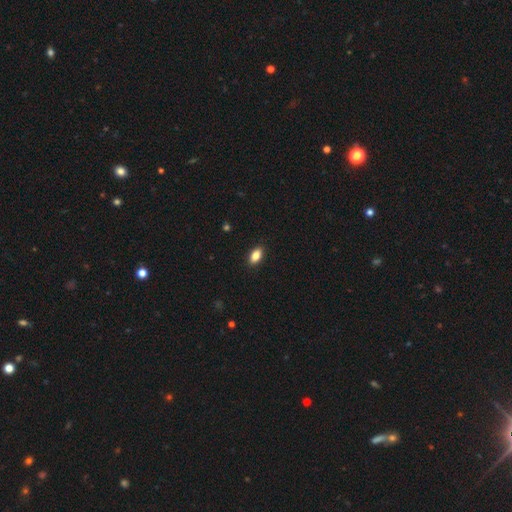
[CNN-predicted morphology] Smooth or featured? Predicted: smooth (p=0.85). How rounded? Predicted: in between (p=0.90). Merging? Predicted: none (p=0.90).